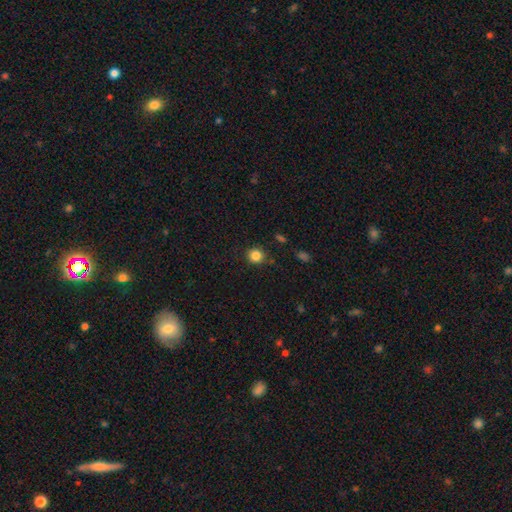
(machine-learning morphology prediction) The model was most divided on "smooth or featured": smooth: 84%, star or artifact: 11%, featured or disk: 5%. More confident: how rounded — round (90%); merging — none (85%).